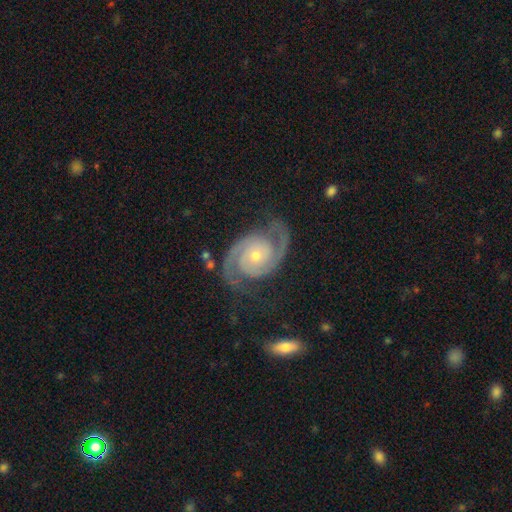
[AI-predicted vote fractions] featured or disk 93%, star or artifact 4%, smooth 3%. Down the decision tree: edge-on disk — no (98%); bar — no (76%); spiral arms — yes (99%); spiral arm count — 2 (94%); spiral winding — medium (46%, tied with tight); bulge size — small (58%); merging — none (79%).